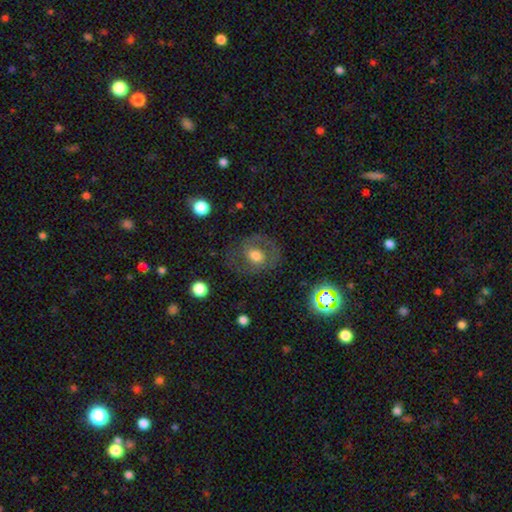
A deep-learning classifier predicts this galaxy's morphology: smooth_or_featured: smooth (p=0.50) [alt: featured or disk p=0.40]
how_rounded: round (p=0.56) [alt: in between p=0.43]
merging: none (p=0.67) [alt: minor disturbance p=0.17]